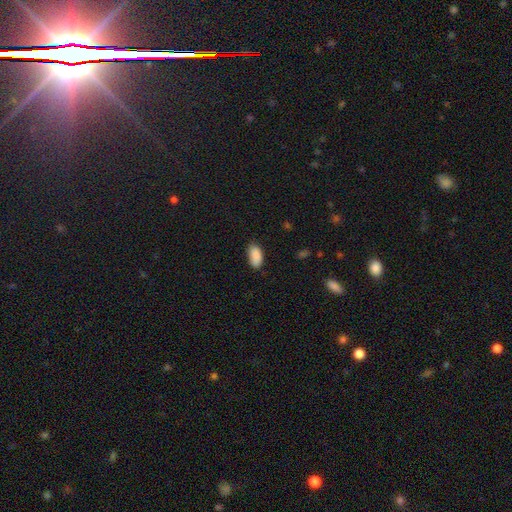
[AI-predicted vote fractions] Smooth or featured? Predicted: smooth (p=0.89). How rounded? Predicted: in between (p=0.93). Merging? Predicted: none (p=0.78).